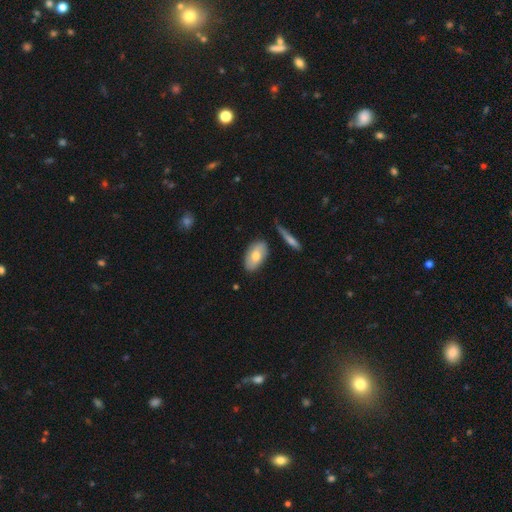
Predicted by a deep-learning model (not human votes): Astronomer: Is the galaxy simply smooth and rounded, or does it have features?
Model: smooth — 67%.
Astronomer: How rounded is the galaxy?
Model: in between — 92%.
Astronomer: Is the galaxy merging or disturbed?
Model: none — 79%.